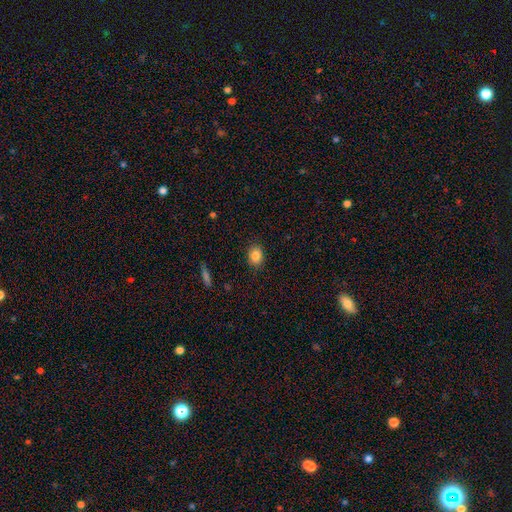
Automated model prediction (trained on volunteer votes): Smooth or featured?
  - smooth: 84% *
  - star or artifact: 9%
  - featured or disk: 6%
How rounded?
  - in between: 52% *
  - round: 47%
  - cigar-shaped: 1%
Merging?
  - none: 88% *
  - minor disturbance: 9%
  - major disturbance: 2%
  - merger: 1%